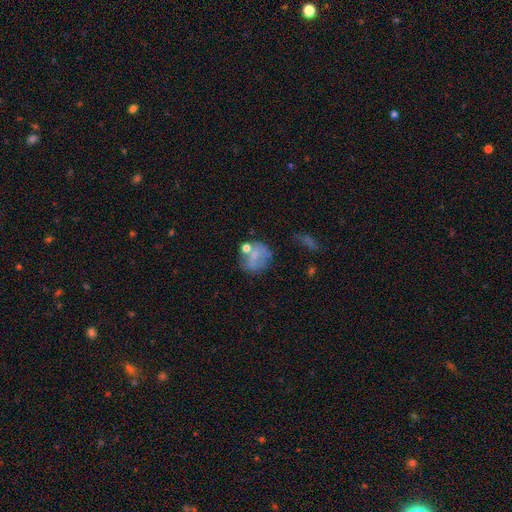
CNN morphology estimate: smooth 61%, featured or disk 27%, star or artifact 12%. Down the decision tree: how rounded — round (71%); merging — none (47%).